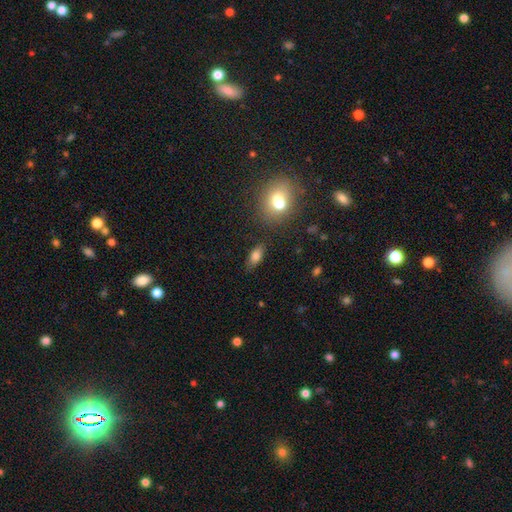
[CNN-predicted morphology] smooth_or_featured: smooth (p=0.79) [alt: featured or disk p=0.11]
how_rounded: in between (p=0.82) [alt: cigar-shaped p=0.12]
merging: none (p=0.81) [alt: minor disturbance p=0.12]